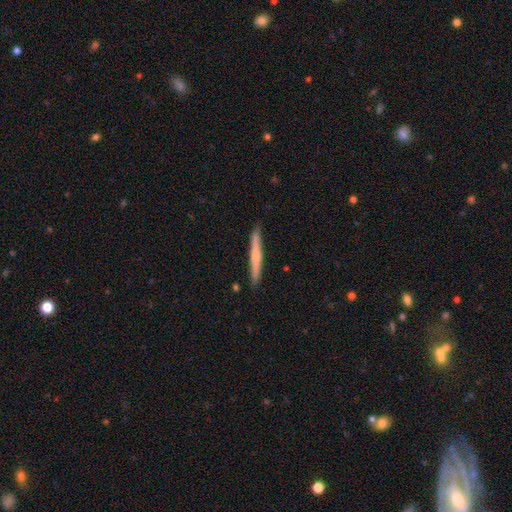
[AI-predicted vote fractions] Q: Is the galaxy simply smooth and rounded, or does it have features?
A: smooth — 48%.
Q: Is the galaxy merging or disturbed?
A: none — 89%.